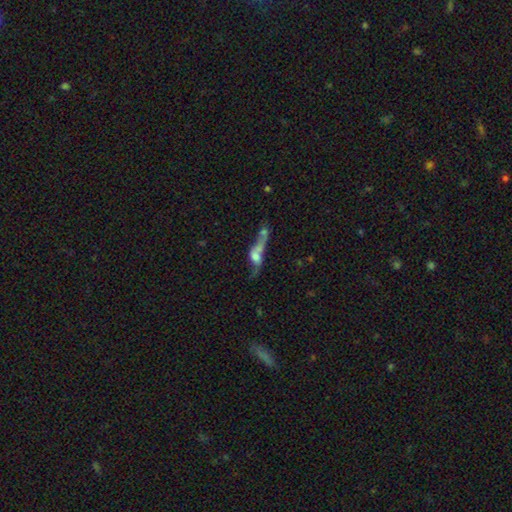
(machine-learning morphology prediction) Smooth or featured? Predicted: smooth (p=0.46). Merging? Predicted: merger (p=0.54).